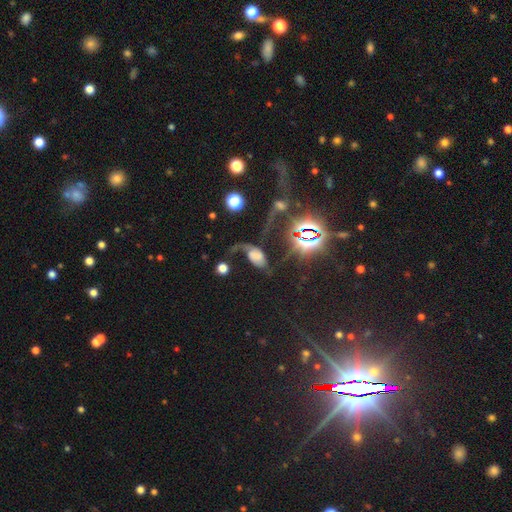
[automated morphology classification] smooth-or-featured: featured or disk: 52% | smooth: 29% | star or artifact: 19%
  disk-edge-on: no: 93% | yes: 7%
  merging: major disturbance: 44% | none: 26% | minor disturbance: 17% | merger: 13%